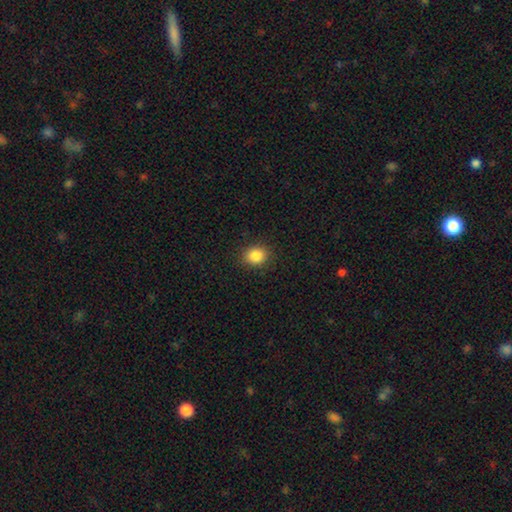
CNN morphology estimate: Smooth or featured?
  - smooth: 86% *
  - star or artifact: 10%
  - featured or disk: 4%
How rounded?
  - round: 64% *
  - in between: 35%
  - cigar-shaped: 1%
Merging?
  - none: 89% *
  - minor disturbance: 8%
  - major disturbance: 2%
  - merger: 1%